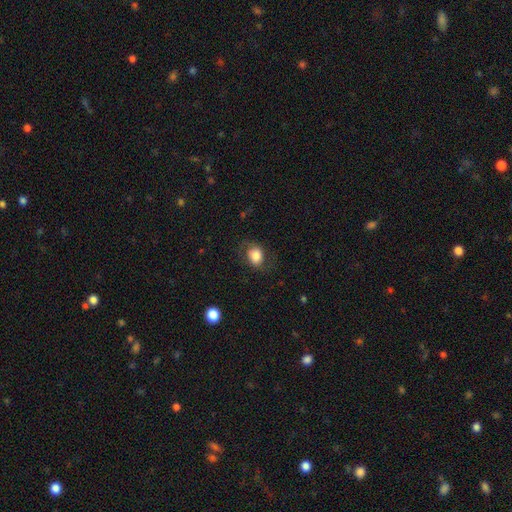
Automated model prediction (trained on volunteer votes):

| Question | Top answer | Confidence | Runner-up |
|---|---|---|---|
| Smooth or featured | smooth | 71% | featured or disk (21%) |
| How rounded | in between | 53% | round (46%) |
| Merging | none | 69% | minor disturbance (19%) |